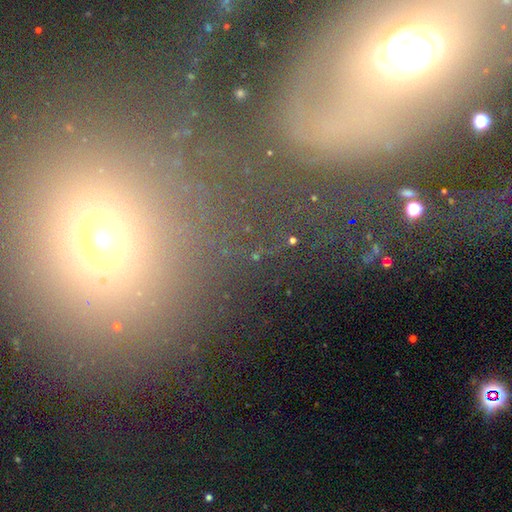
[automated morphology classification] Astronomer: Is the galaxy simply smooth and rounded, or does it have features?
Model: star or artifact — 40% (runner-up: smooth, 35%).